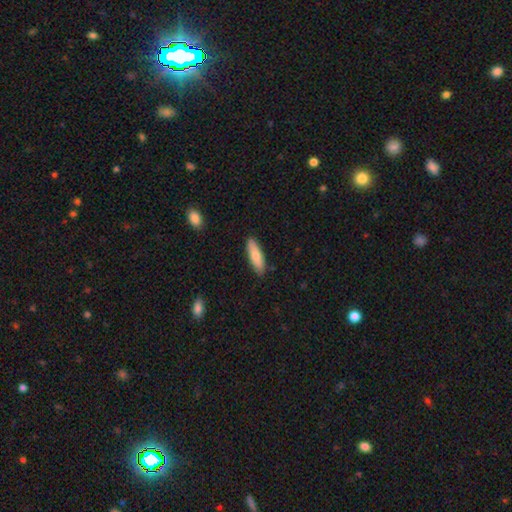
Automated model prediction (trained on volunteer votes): Q: Smooth or featured?
A: smooth (78%); runner-up: featured or disk (17%)
Q: How rounded?
A: cigar-shaped (54%); runner-up: in between (44%)
Q: Merging?
A: none (88%); runner-up: minor disturbance (9%)